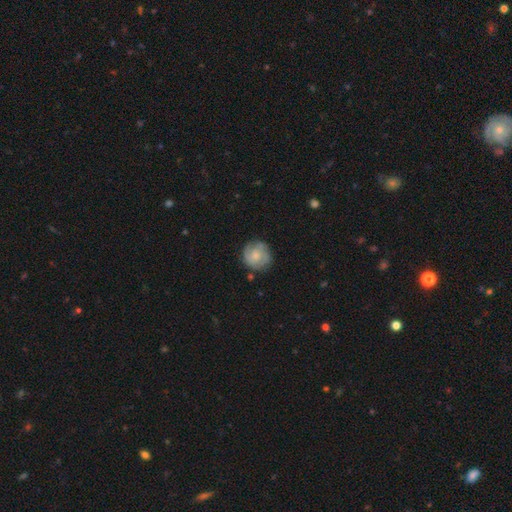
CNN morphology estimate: This is possibly a smooth galaxy (54%). How rounded: clearly round (90%). Merging: likely none (77%).